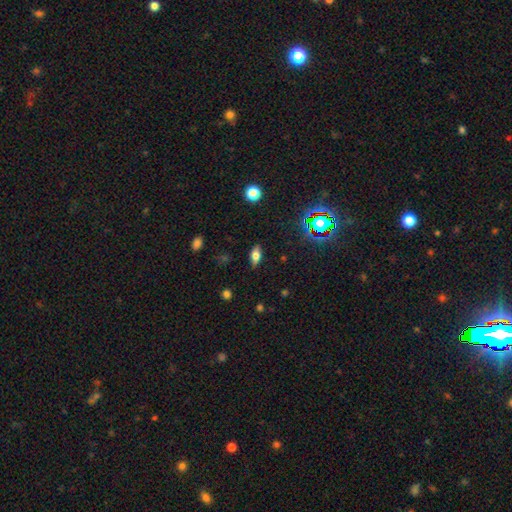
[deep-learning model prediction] smooth-or-featured: smooth: 64% | featured or disk: 23% | star or artifact: 13%
  how-rounded: in between: 82% | cigar-shaped: 12% | round: 6%
  merging: none: 85% | minor disturbance: 11% | major disturbance: 3% | merger: 1%